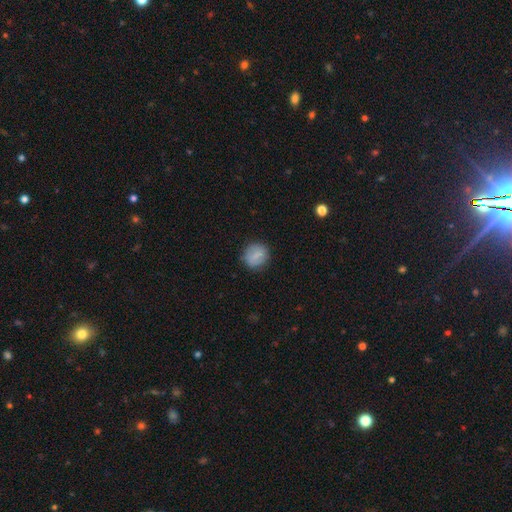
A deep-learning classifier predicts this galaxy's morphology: Smooth or featured: smooth — 75% (featured or disk — 17%)
How rounded: round — 83% (in between — 16%)
Merging: none — 85% (minor disturbance — 11%)